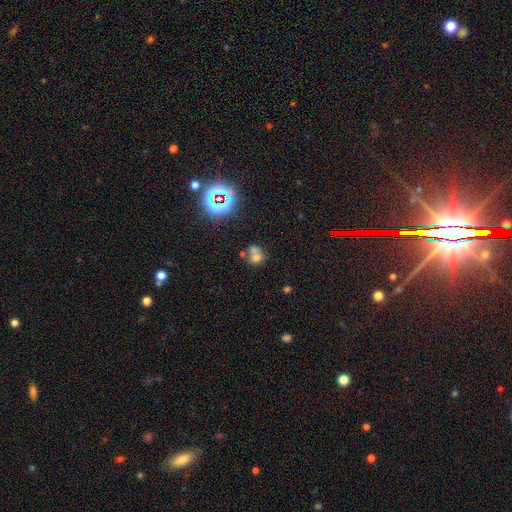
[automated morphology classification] A smooth galaxy with no disk features (58%) that is round (75%).

Vote fractions:
- Smooth or featured? smooth: 58% / star or artifact: 21% / featured or disk: 20%
- How rounded? round: 75% / in between: 24% / cigar-shaped: 1%
- Merging? merger: 54% / none: 34% / minor disturbance: 8% / major disturbance: 4%